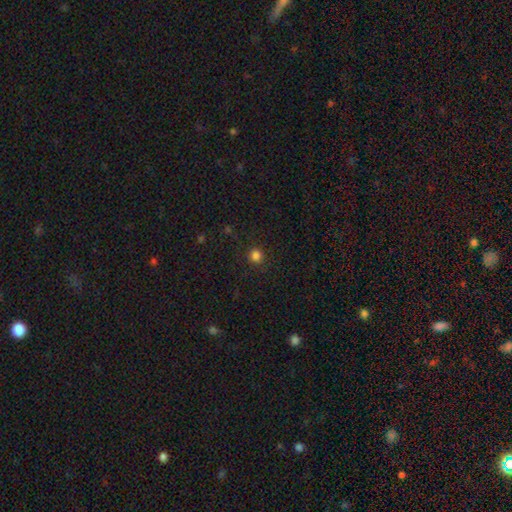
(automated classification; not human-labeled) Smooth or featured? Predicted: smooth (p=0.82). How rounded? Predicted: round (p=0.94). Merging? Predicted: none (p=0.90).